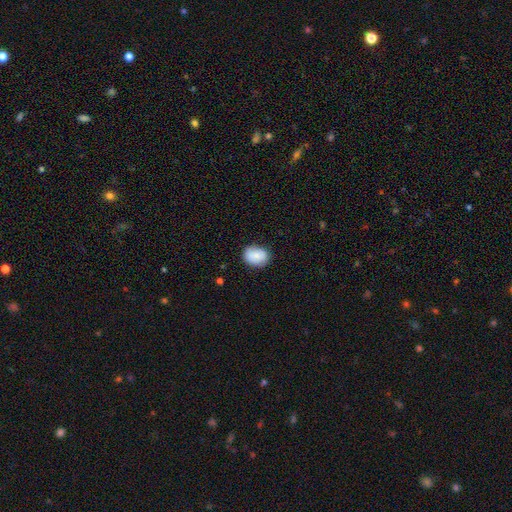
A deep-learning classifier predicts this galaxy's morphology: Smooth or featured? smooth (84%)
How rounded? in between (65%)
Merging? none (80%)